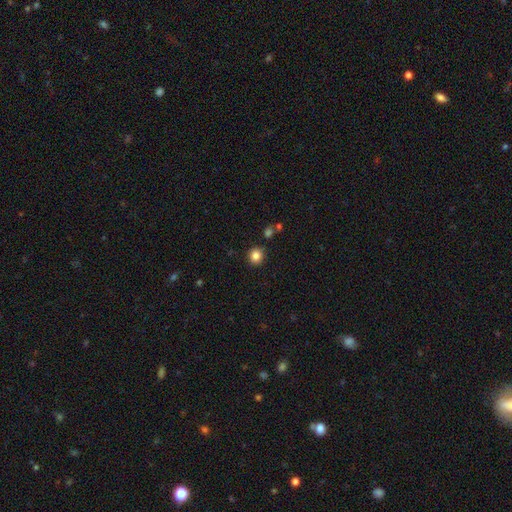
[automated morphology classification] smooth_or_featured: smooth (p=0.84) [alt: star or artifact p=0.11]
how_rounded: round (p=0.87) [alt: in between p=0.12]
merging: none (p=0.88) [alt: minor disturbance p=0.07]